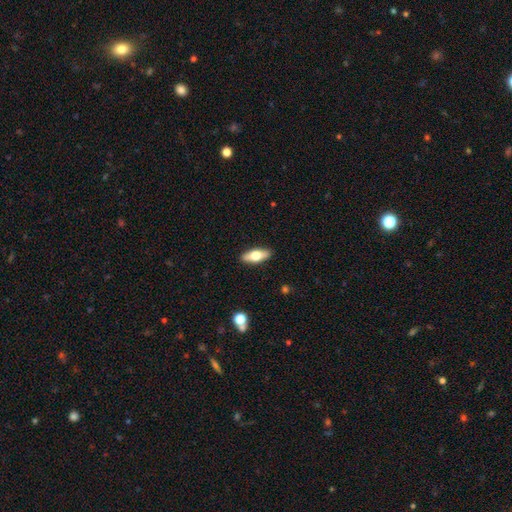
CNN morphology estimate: Q: Smooth or featured?
A: smooth (57%); runner-up: featured or disk (37%)
Q: How rounded?
A: in between (67%); runner-up: cigar-shaped (30%)
Q: Merging?
A: none (90%); runner-up: minor disturbance (7%)